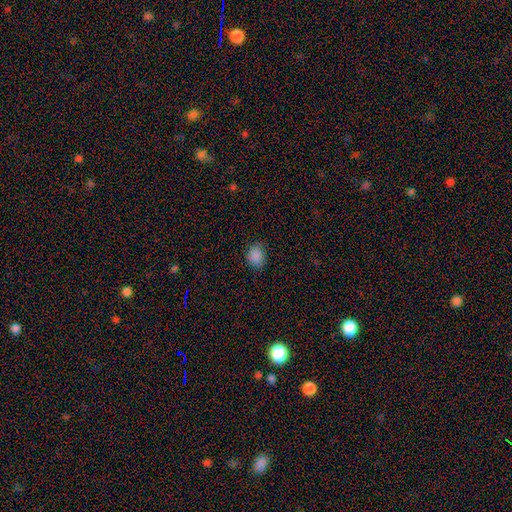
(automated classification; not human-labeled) Smooth or featured?
  - smooth: 87% *
  - star or artifact: 10%
  - featured or disk: 3%
How rounded?
  - round: 65% *
  - in between: 34%
  - cigar-shaped: 1%
Merging?
  - none: 80% *
  - minor disturbance: 15%
  - major disturbance: 3%
  - merger: 1%